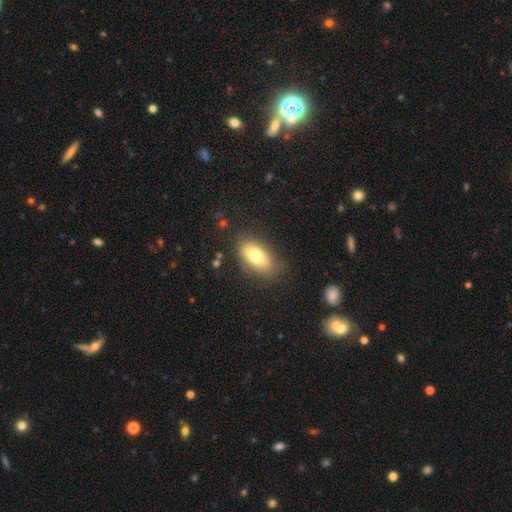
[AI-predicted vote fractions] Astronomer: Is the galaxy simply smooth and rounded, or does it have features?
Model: smooth — 74%.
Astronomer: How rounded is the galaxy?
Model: in between — 90%.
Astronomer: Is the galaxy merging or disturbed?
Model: none — 75%.